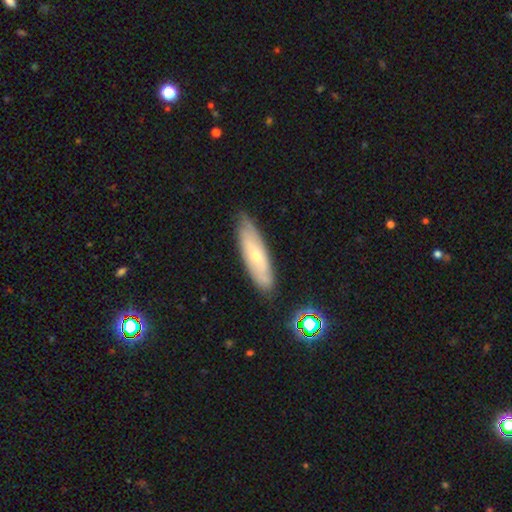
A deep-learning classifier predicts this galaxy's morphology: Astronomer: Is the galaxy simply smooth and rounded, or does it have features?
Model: featured or disk — 50% (runner-up: smooth, 43%).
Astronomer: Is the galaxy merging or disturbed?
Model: none — 78%.